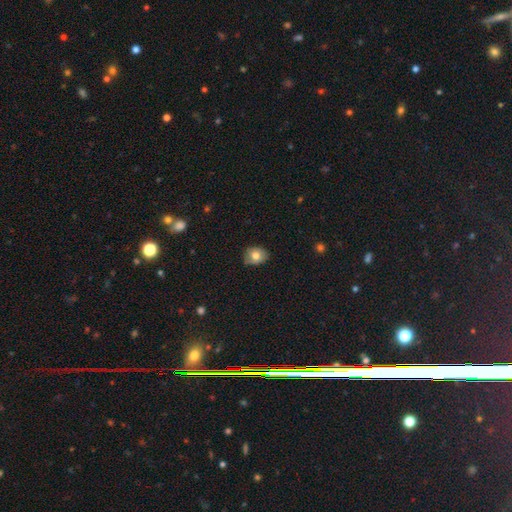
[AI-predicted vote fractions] A smooth galaxy with no disk features (74%) that is in between round and cigar-shaped (52%). Merging: none (75%).